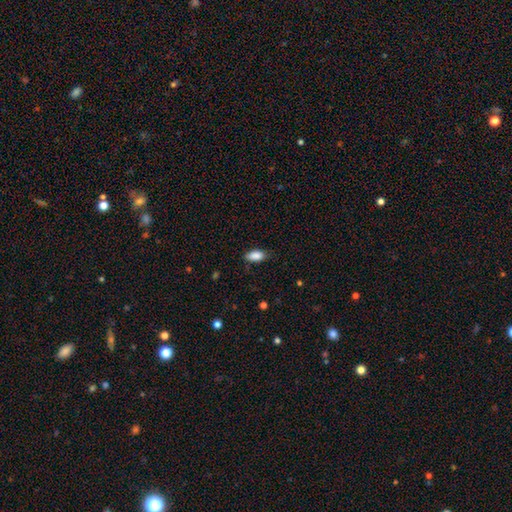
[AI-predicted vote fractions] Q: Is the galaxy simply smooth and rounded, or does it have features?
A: smooth — 89%.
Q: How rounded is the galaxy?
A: in between — 90%.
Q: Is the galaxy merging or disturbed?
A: none — 81%.